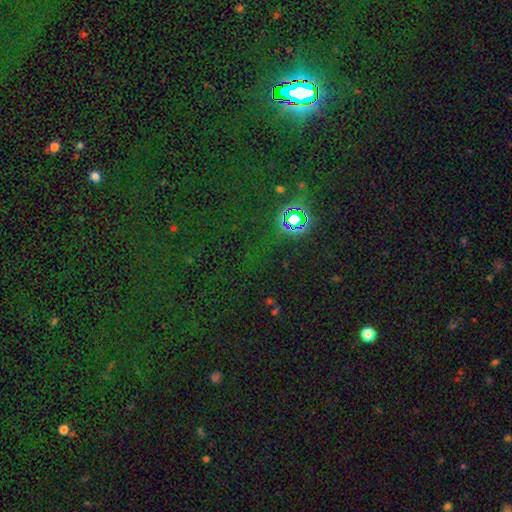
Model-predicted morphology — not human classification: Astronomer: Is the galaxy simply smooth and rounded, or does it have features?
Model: star or artifact — 78%.